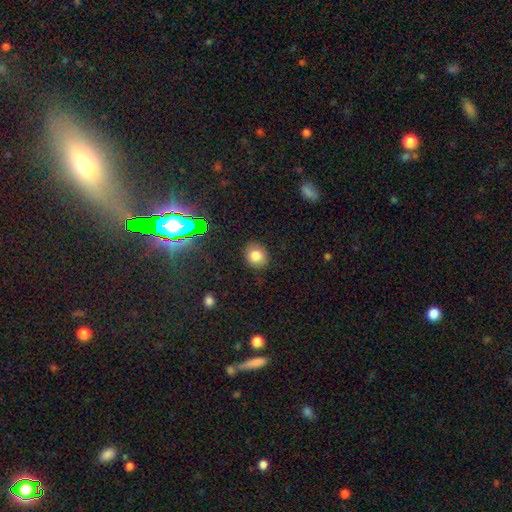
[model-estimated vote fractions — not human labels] This appears to be a smooth galaxy with no disk features (78%) that is round (72%). Merging: none (84%).